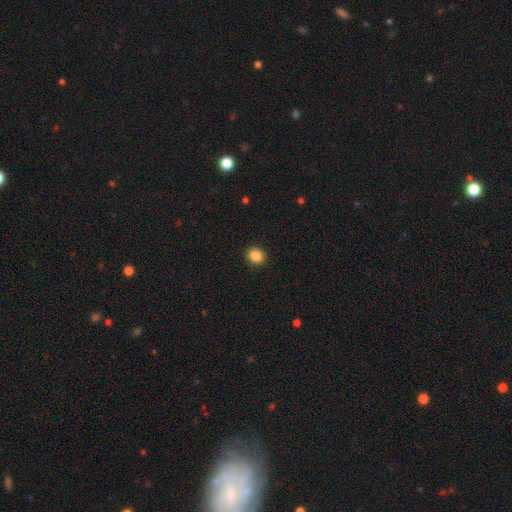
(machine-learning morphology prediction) A smooth galaxy with no disk features (86%) that is round (71%).

Vote fractions:
- Smooth or featured? smooth: 86% / star or artifact: 10% / featured or disk: 4%
- How rounded? round: 71% / in between: 28% / cigar-shaped: 1%
- Merging? none: 91% / minor disturbance: 6% / major disturbance: 2% / merger: 1%